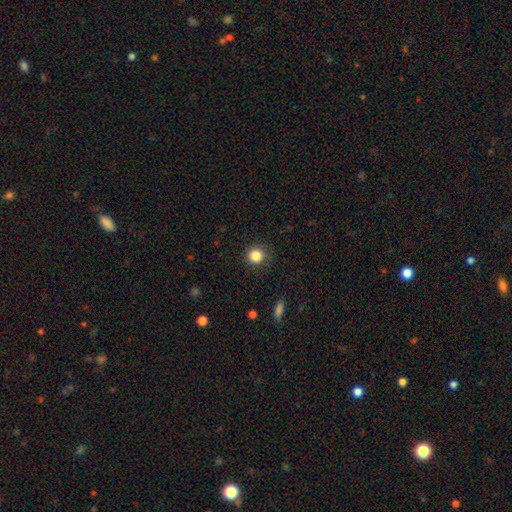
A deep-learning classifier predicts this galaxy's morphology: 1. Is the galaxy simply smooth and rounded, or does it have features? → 85% smooth, 11% star or artifact, 4% featured or disk.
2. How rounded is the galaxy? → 92% round, 7% in between, 1% cigar-shaped.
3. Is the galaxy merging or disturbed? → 86% none, 10% minor disturbance, 3% major disturbance, 1% merger.